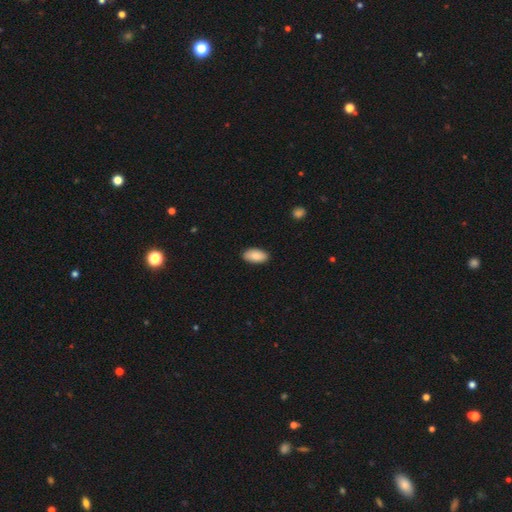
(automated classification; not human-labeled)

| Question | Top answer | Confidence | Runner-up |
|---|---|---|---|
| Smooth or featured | smooth | 88% | featured or disk (6%) |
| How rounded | in between | 94% | cigar-shaped (3%) |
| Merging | none | 89% | minor disturbance (8%) |